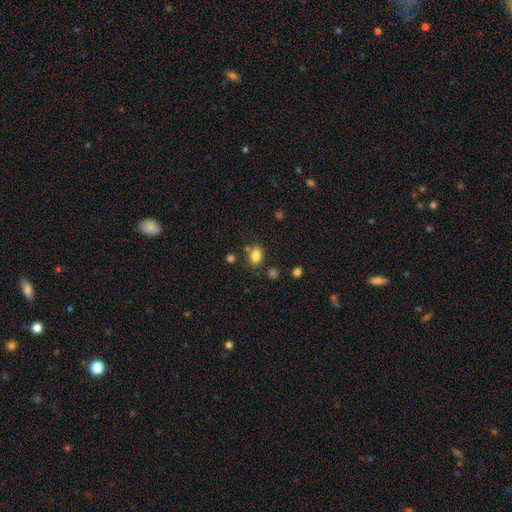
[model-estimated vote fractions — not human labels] Overall: smooth (82%). How rounded: in between (66%; round 33%). Merging: none (72%).